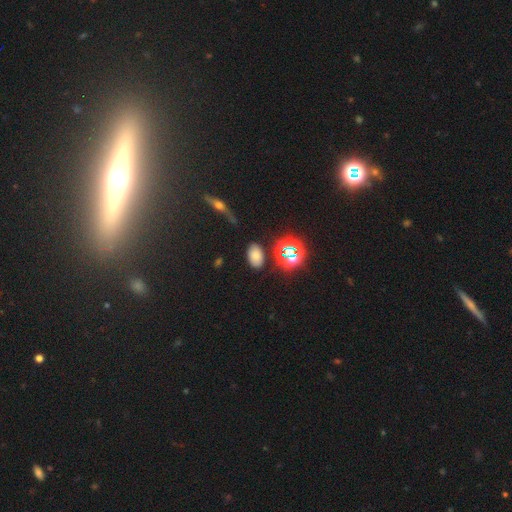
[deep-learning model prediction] Q: Smooth or featured?
A: smooth (68%); runner-up: star or artifact (21%)
Q: How rounded?
A: in between (89%); runner-up: round (9%)
Q: Merging?
A: none (83%); runner-up: minor disturbance (10%)